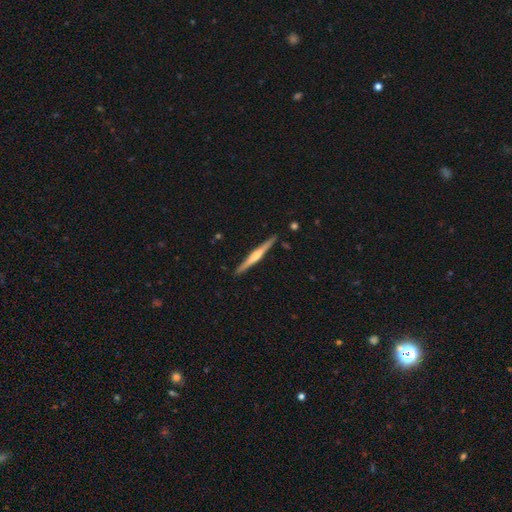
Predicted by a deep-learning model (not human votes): Smooth or featured? featured or disk (69%)
Edge-on disk? yes (98%)
Edge-on bulge? rounded (76%)
Merging? none (91%)